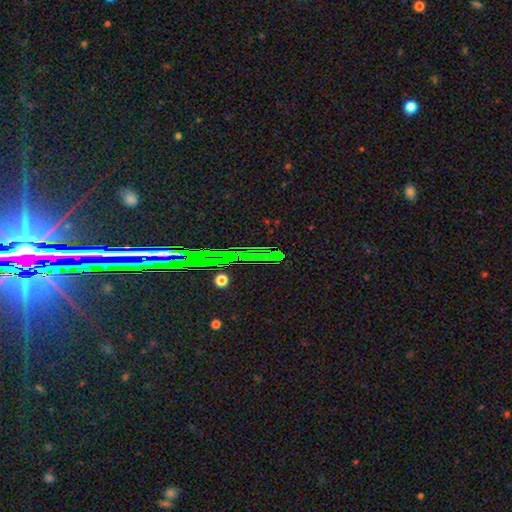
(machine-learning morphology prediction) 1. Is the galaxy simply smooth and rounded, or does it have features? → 82% star or artifact, 10% featured or disk, 8% smooth.